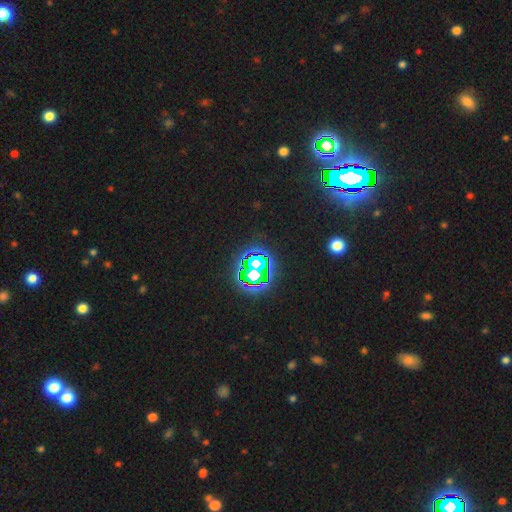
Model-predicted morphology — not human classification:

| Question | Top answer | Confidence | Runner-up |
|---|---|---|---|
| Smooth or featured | star or artifact | 78% | smooth (12%) |